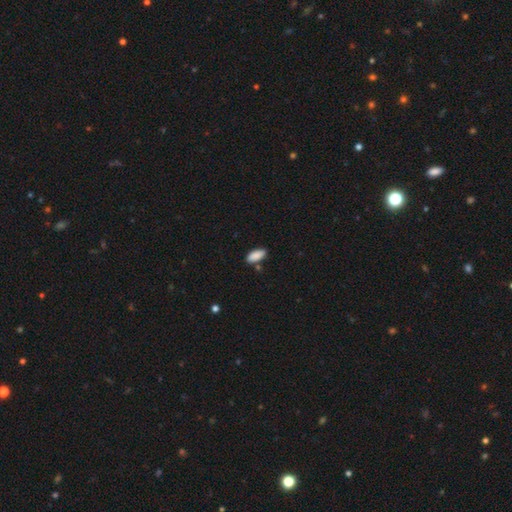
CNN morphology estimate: type=smooth (89%); roundness=in between (86%); merging=none (79%).